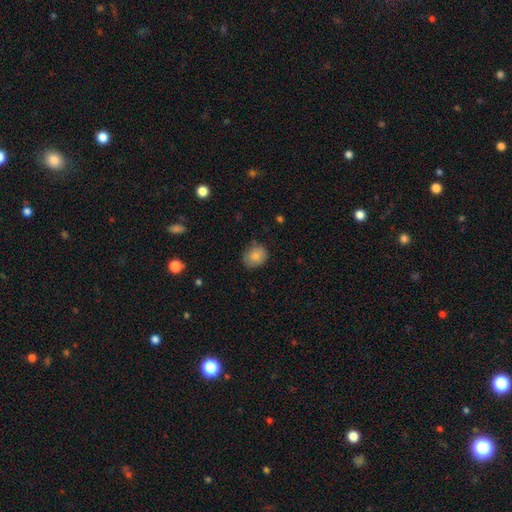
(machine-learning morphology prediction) A smooth galaxy with no disk features (83%) that is round (67%).

Vote fractions:
- Smooth or featured? smooth: 83% / featured or disk: 8% / star or artifact: 8%
- How rounded? round: 67% / in between: 32% / cigar-shaped: 1%
- Merging? none: 77% / minor disturbance: 18% / major disturbance: 4% / merger: 1%